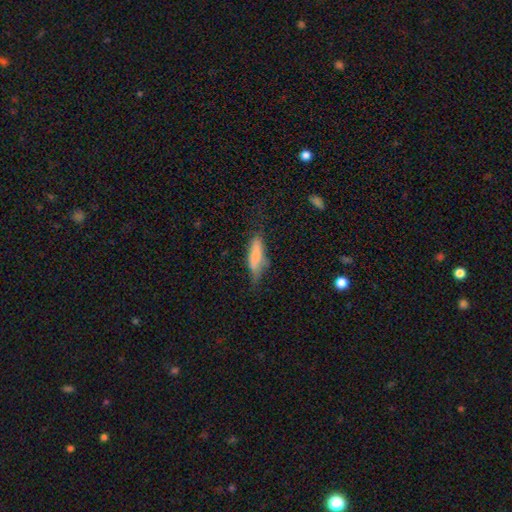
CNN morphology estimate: Smooth or featured: smooth — 72% (featured or disk — 20%)
How rounded: cigar-shaped — 55% (in between — 42%)
Merging: none — 50% (minor disturbance — 33%)